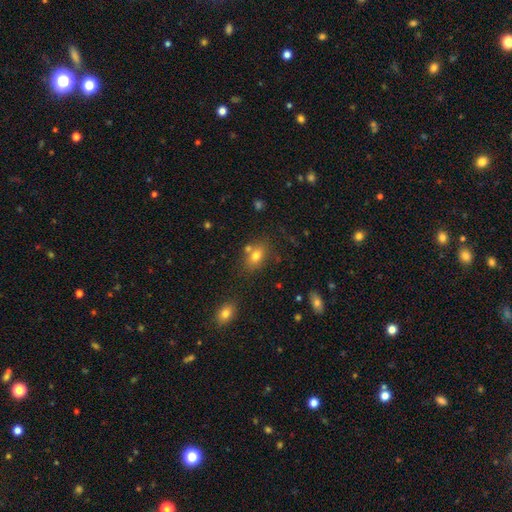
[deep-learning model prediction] Smooth or featured? Predicted: smooth (p=0.76). How rounded? Predicted: in between (p=0.76). Merging? Predicted: none (p=0.62).